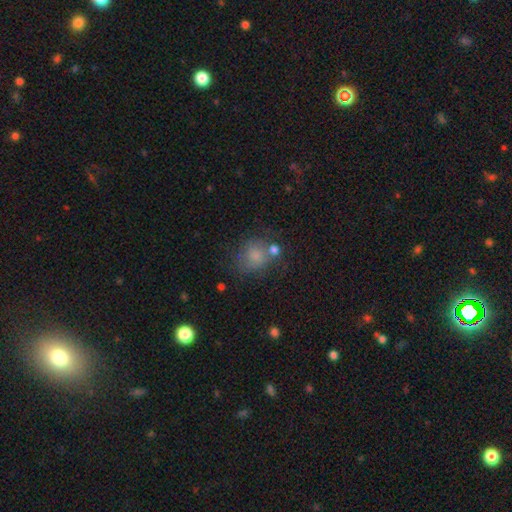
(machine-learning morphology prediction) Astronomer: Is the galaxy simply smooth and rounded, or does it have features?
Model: smooth — 74%.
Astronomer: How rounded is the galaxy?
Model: round — 72%.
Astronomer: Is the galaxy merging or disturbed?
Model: none — 54%.